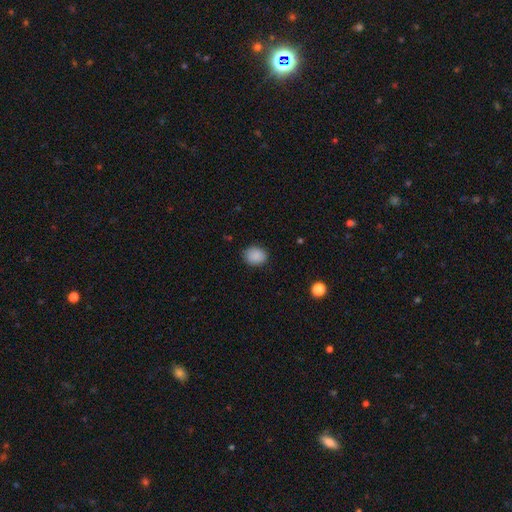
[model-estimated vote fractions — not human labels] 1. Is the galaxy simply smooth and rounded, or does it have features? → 89% smooth, 8% star or artifact, 3% featured or disk.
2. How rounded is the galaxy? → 55% round, 44% in between, 1% cigar-shaped.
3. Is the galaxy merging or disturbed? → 86% none, 11% minor disturbance, 3% major disturbance, 1% merger.